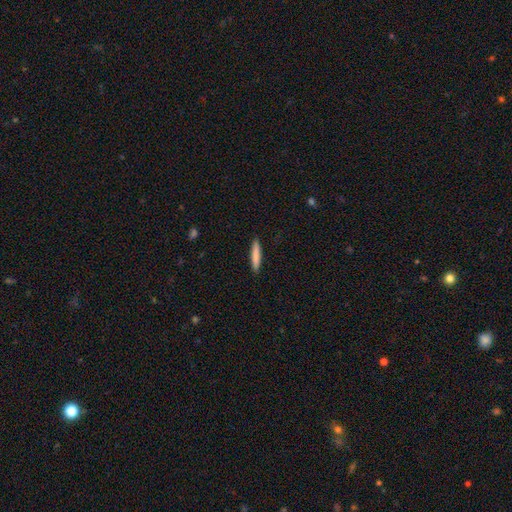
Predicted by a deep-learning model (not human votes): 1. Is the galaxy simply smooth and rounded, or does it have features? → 81% smooth, 13% featured or disk, 6% star or artifact.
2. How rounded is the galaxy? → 93% cigar-shaped, 6% in between, 1% round.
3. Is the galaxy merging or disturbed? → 92% none, 6% minor disturbance, 1% major disturbance, 1% merger.